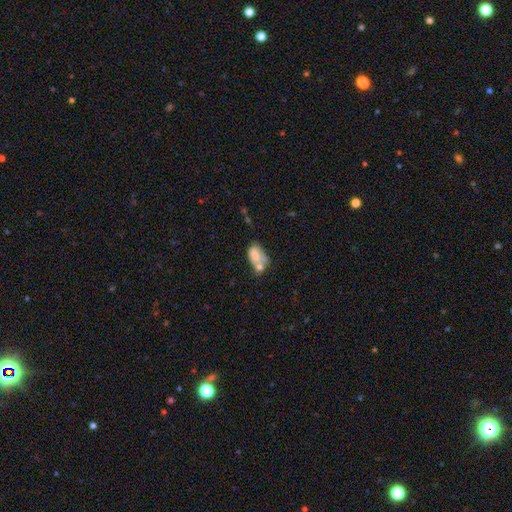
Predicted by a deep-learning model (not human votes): This appears to be a smooth galaxy with no disk features (64%) that is in between round and cigar-shaped (87%). Merging: merger (49%).